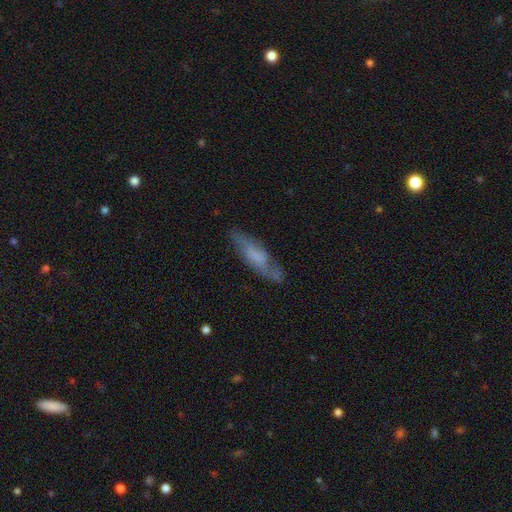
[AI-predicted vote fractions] Smooth or featured?
  - featured or disk: 47% *
  - smooth: 46%
  - star or artifact: 7%
Merging?
  - none: 69% *
  - minor disturbance: 21%
  - major disturbance: 8%
  - merger: 2%